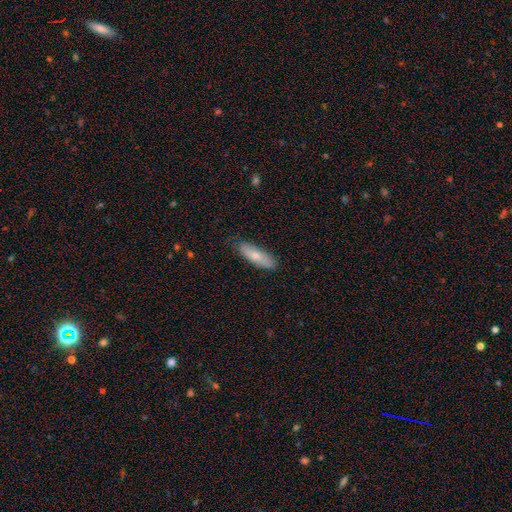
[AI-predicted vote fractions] The model was most divided on "how rounded": cigar-shaped: 52%, in between: 46%, round: 2%. More confident: merging — none (81%); smooth or featured — smooth (71%).